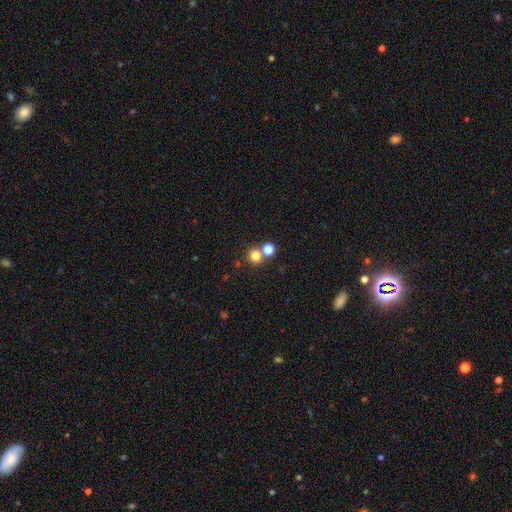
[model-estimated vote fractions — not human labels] Smooth or featured: smooth — 77% (star or artifact — 16%)
How rounded: round — 92% (in between — 7%)
Merging: none — 64% (merger — 28%)